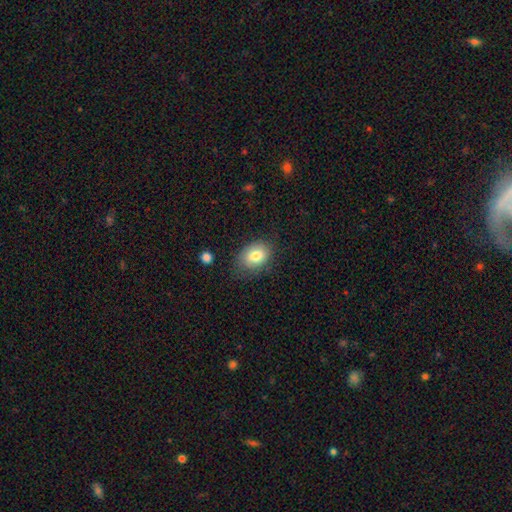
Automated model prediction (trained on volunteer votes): This appears to be a smooth galaxy with no disk features (80%) that is in between round and cigar-shaped (72%). Merging: none (73%).